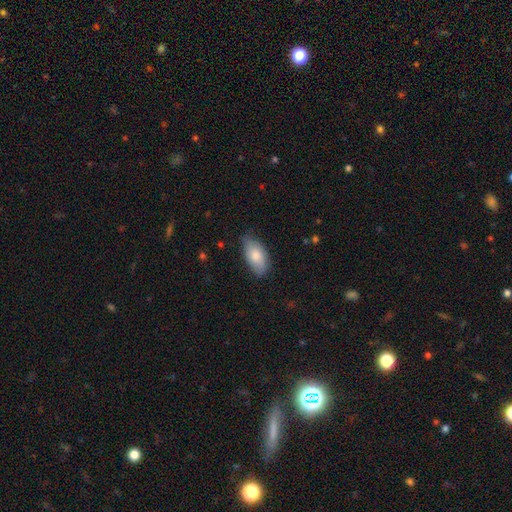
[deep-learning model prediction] The model was most divided on "merging": none: 70%, minor disturbance: 24%, major disturbance: 4%, merger: 1%. More confident: how rounded — in between (92%); smooth or featured — smooth (79%).